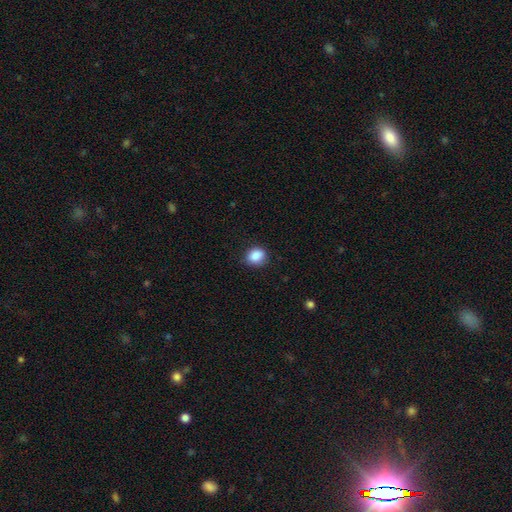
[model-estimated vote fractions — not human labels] smooth-or-featured: smooth: 87% | star or artifact: 9% | featured or disk: 4%
  how-rounded: round: 56% | in between: 43% | cigar-shaped: 1%
  merging: none: 80% | minor disturbance: 16% | major disturbance: 3% | merger: 1%